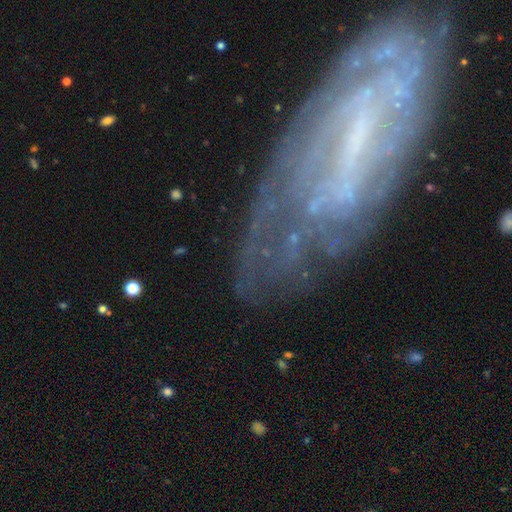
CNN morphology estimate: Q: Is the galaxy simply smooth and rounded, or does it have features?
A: featured or disk — 75%.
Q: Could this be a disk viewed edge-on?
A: no — 86%.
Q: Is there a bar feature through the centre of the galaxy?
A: weak — 40%.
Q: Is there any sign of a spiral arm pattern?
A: yes — 71%.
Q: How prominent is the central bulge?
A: none — 42%.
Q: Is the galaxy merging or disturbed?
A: none — 63%.